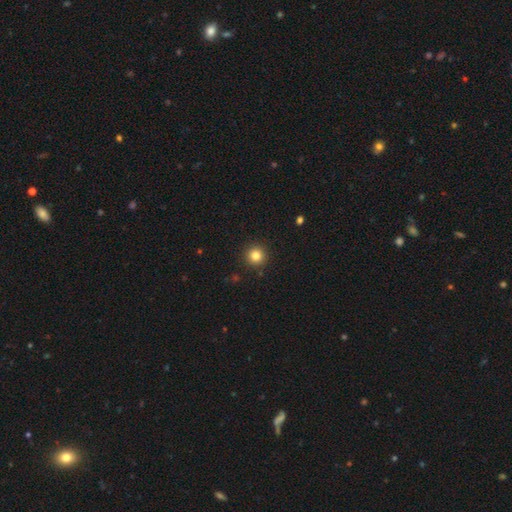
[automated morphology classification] This appears to be a smooth galaxy with no disk features (82%) that is round (96%). Merging: none (92%).